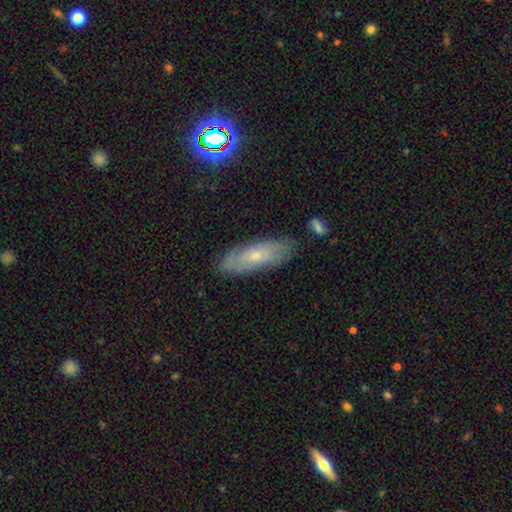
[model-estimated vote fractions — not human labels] This appears to be a featured or disk galaxy (46%). Merging: none (80%).